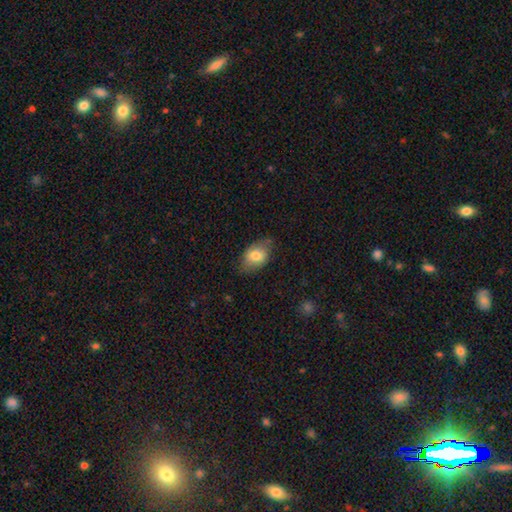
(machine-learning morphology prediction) Smooth or featured?
  - smooth: 75% *
  - featured or disk: 18%
  - star or artifact: 7%
How rounded?
  - in between: 86% *
  - round: 13%
  - cigar-shaped: 1%
Merging?
  - none: 72% *
  - minor disturbance: 22%
  - major disturbance: 5%
  - merger: 1%